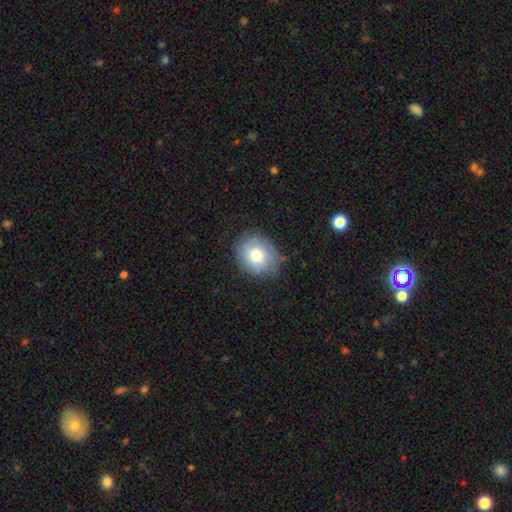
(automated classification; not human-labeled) smooth 70%, featured or disk 22%, star or artifact 8%. Down the decision tree: how rounded — round (69%); merging — none (74%).